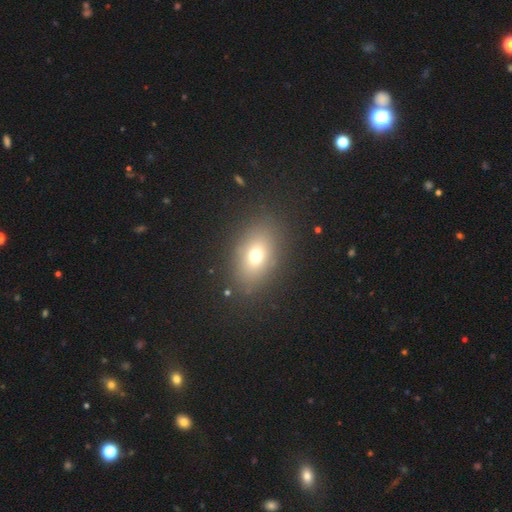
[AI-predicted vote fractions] Smooth or featured: smooth — 69% (star or artifact — 16%)
How rounded: in between — 71% (round — 27%)
Merging: none — 84% (minor disturbance — 9%)